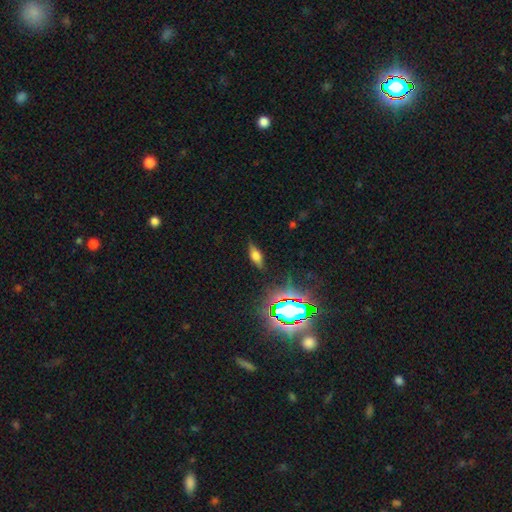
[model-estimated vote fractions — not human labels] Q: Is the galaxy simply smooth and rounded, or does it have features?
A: smooth — 49%.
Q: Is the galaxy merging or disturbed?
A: none — 81%.